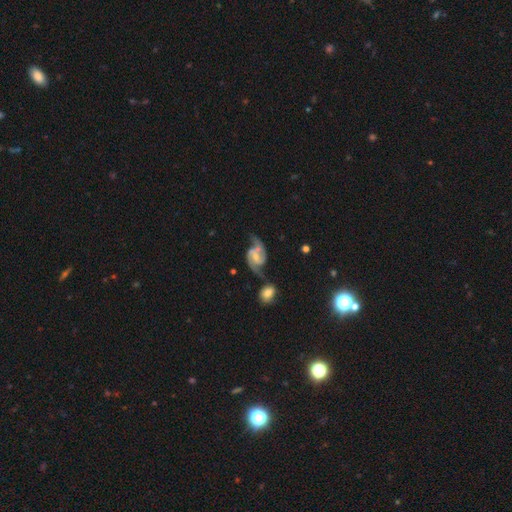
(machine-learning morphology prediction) Smooth or featured? featured or disk (88%)
Edge-on disk? no (98%)
Bar? weak (45%)
Spiral arms? yes (97%)
Spiral winding? medium (51%)
Spiral arm count? 2 (92%)
Bulge size? small (53%)
Merging? none (52%)